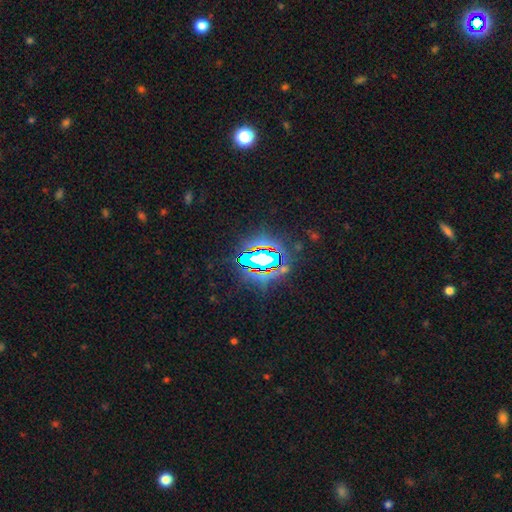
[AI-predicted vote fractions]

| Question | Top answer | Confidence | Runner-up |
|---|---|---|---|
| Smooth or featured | star or artifact | 74% | featured or disk (13%) |